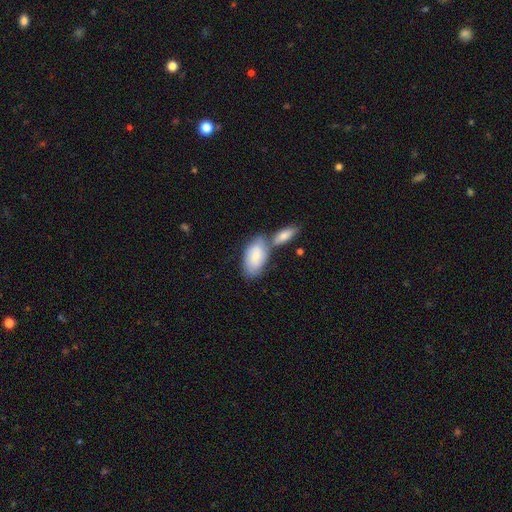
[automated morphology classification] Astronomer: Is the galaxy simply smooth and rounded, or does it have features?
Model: smooth — 72%.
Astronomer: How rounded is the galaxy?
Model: in between — 93%.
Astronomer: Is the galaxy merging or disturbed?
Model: merger — 43% (runner-up: none, 37%).